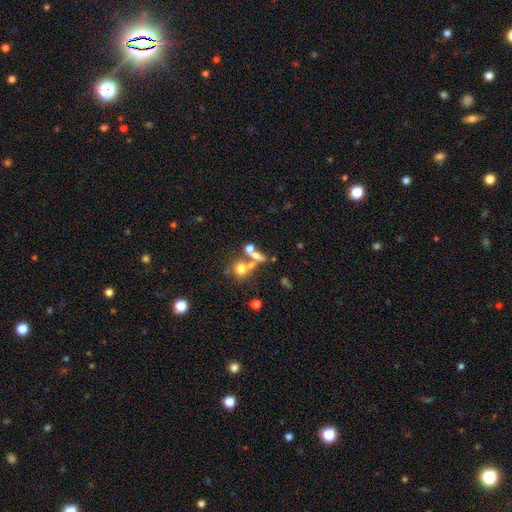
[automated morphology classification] Smooth or featured: smooth — 57% (featured or disk — 26%)
How rounded: round — 42% (in between — 39%)
Merging: merger — 42% (none — 39%)